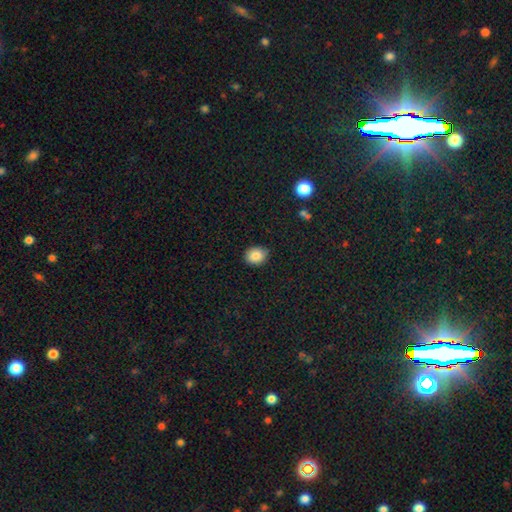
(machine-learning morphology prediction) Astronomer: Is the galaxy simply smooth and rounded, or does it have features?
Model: smooth — 86%.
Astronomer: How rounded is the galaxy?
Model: round — 55% (runner-up: in between, 44%).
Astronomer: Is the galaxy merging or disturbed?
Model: none — 86%.